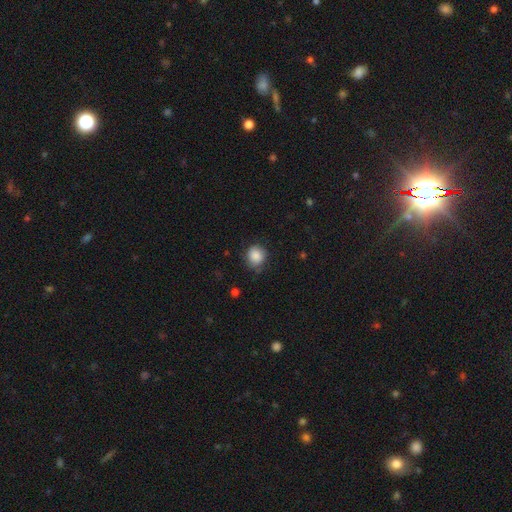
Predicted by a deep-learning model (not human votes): Smooth or featured?
  - smooth: 87% *
  - star or artifact: 8%
  - featured or disk: 5%
How rounded?
  - round: 84% *
  - in between: 15%
  - cigar-shaped: 1%
Merging?
  - none: 75% *
  - minor disturbance: 19%
  - major disturbance: 4%
  - merger: 1%